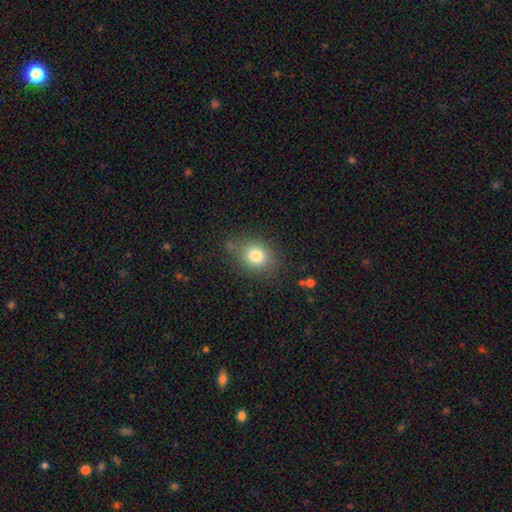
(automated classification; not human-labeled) This appears to be a smooth galaxy with no disk features (80%) that is round (54%). Merging: none (75%).